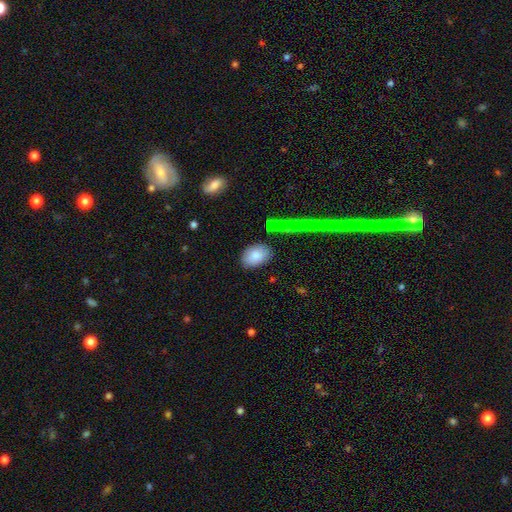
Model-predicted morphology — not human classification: Overall: smooth (84%). How rounded: in between (84%). Merging: none (83%).